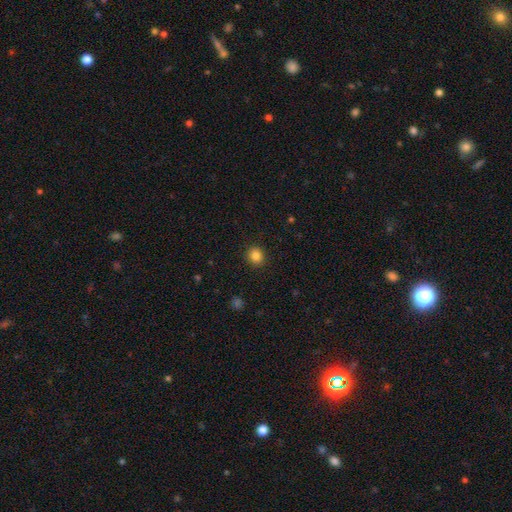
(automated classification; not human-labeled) Q: Smooth or featured?
A: smooth (85%); runner-up: star or artifact (11%)
Q: How rounded?
A: round (79%); runner-up: in between (21%)
Q: Merging?
A: none (91%); runner-up: minor disturbance (6%)